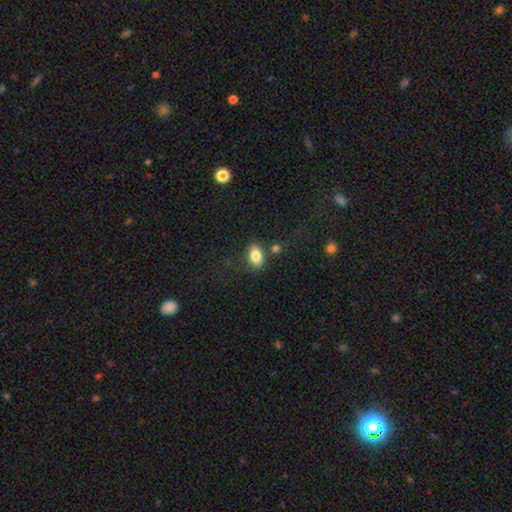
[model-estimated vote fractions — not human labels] Q: Smooth or featured?
A: smooth (84%); runner-up: featured or disk (9%)
Q: How rounded?
A: in between (89%); runner-up: round (9%)
Q: Merging?
A: none (74%); runner-up: minor disturbance (14%)